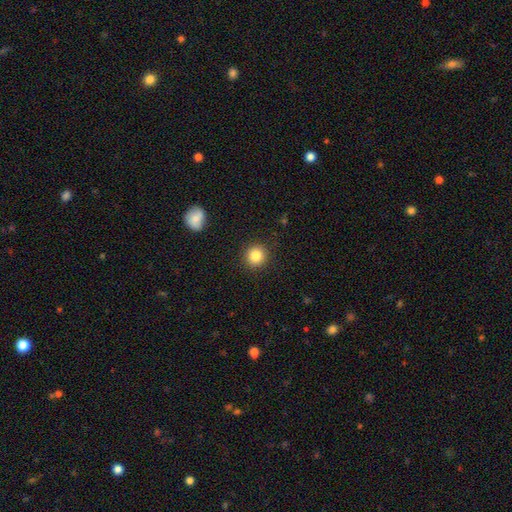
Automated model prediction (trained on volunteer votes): Overall: smooth (84%). How rounded: round (92%). Merging: none (90%).